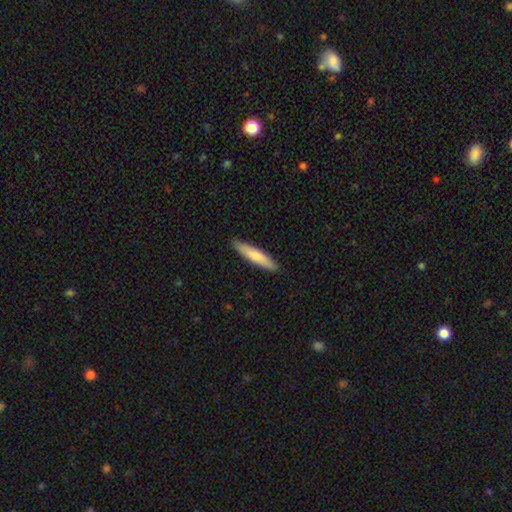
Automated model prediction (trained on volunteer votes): The model was most divided on "smooth or featured": smooth: 76%, featured or disk: 19%, star or artifact: 5%. More confident: merging — none (90%); how rounded — cigar-shaped (87%).